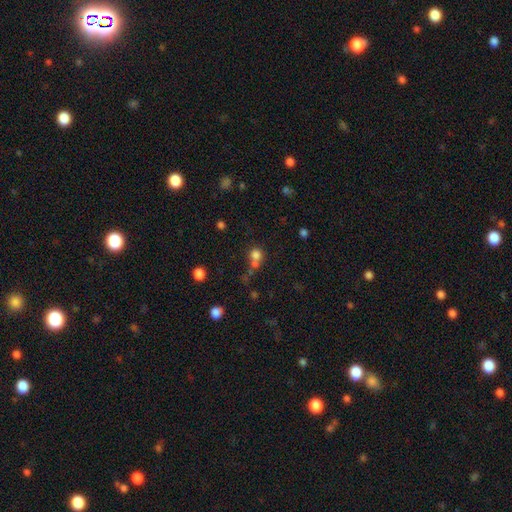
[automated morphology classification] The model was most divided on "merging": merger: 45%, none: 41%, minor disturbance: 8%, major disturbance: 6%. More confident: how rounded — round (83%); smooth or featured — smooth (75%).